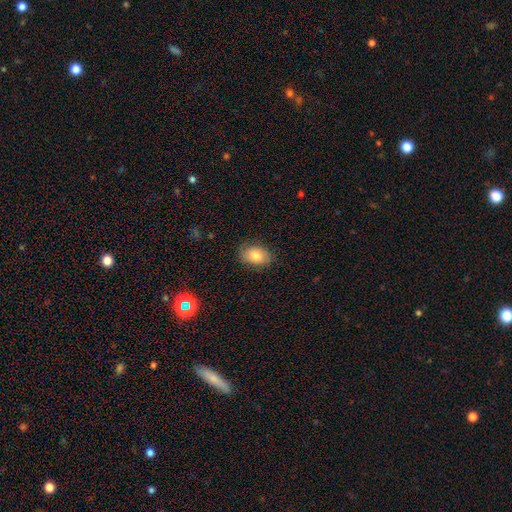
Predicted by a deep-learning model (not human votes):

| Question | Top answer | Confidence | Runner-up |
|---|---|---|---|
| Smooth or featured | smooth | 75% | featured or disk (17%) |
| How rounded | in between | 83% | round (16%) |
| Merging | none | 78% | minor disturbance (17%) |